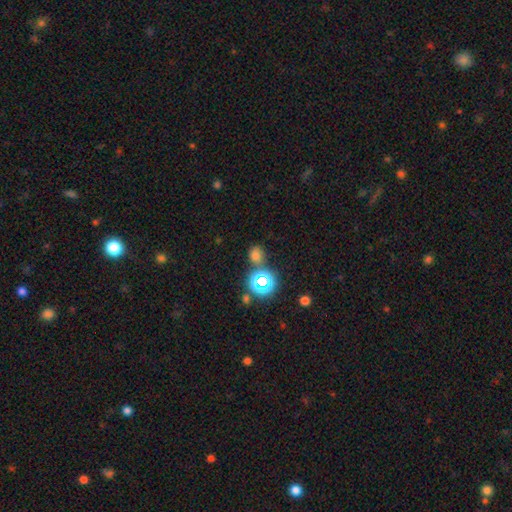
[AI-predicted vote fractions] smooth 63%, star or artifact 31%, featured or disk 6%. Down the decision tree: how rounded — round (71%); merging — none (75%).